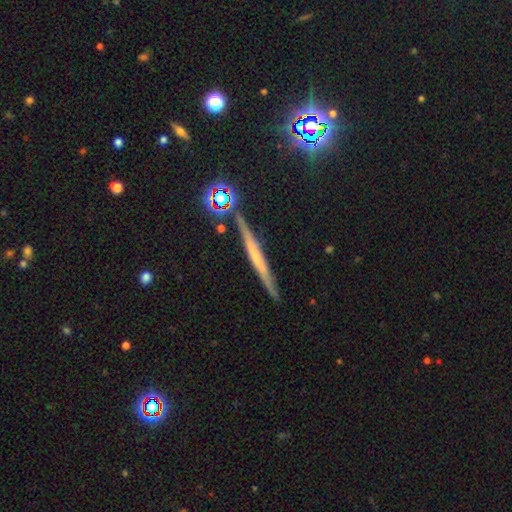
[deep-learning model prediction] The model was most divided on "smooth or featured": featured or disk: 47%, smooth: 37%, star or artifact: 16%. More confident: merging — none (85%).